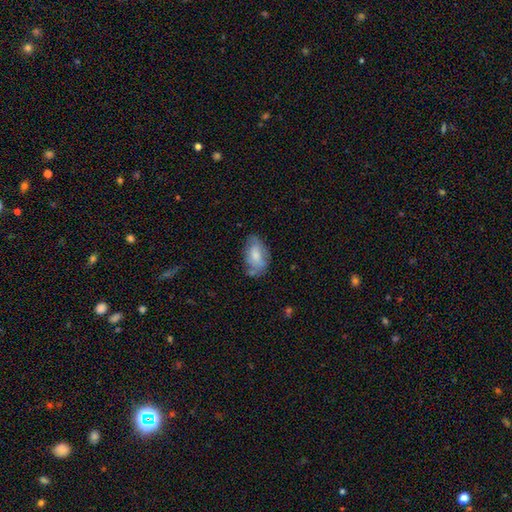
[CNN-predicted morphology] Overall: smooth (61%; featured or disk 32%). How rounded: in between (92%). Merging: none (58%; minor disturbance 29%).